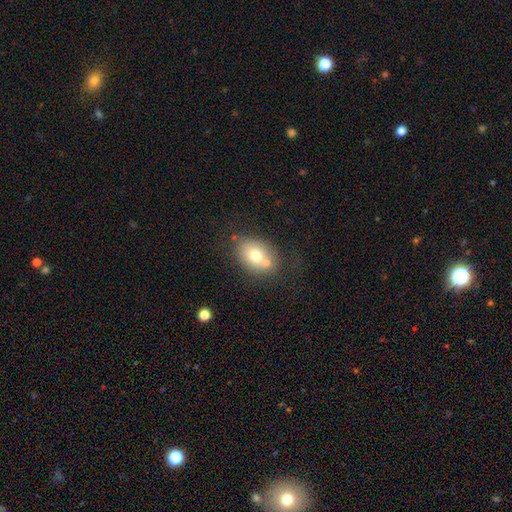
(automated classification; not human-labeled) Q: Smooth or featured?
A: smooth (70%); runner-up: featured or disk (20%)
Q: How rounded?
A: in between (72%); runner-up: round (27%)
Q: Merging?
A: none (57%); runner-up: merger (23%)